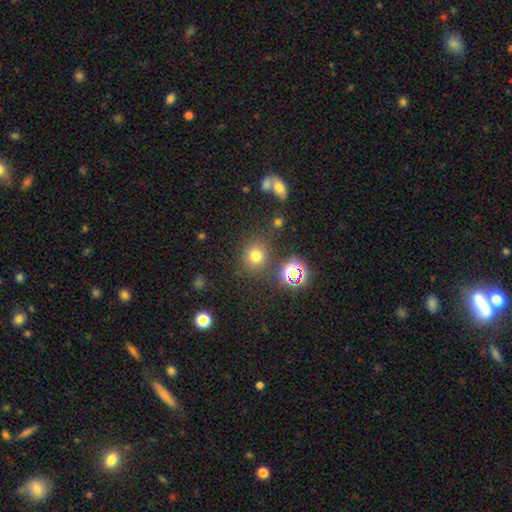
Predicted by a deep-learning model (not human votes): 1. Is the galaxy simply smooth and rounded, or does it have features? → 70% smooth, 23% star or artifact, 7% featured or disk.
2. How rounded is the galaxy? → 87% round, 12% in between, 1% cigar-shaped.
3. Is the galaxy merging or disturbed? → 80% none, 10% minor disturbance, 6% merger, 4% major disturbance.